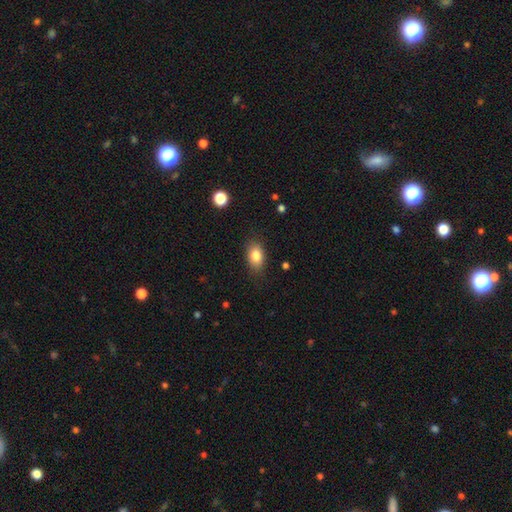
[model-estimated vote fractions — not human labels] Smooth or featured?
  - smooth: 83% *
  - featured or disk: 9%
  - star or artifact: 9%
How rounded?
  - in between: 85% *
  - round: 13%
  - cigar-shaped: 2%
Merging?
  - none: 81% *
  - minor disturbance: 14%
  - major disturbance: 3%
  - merger: 1%